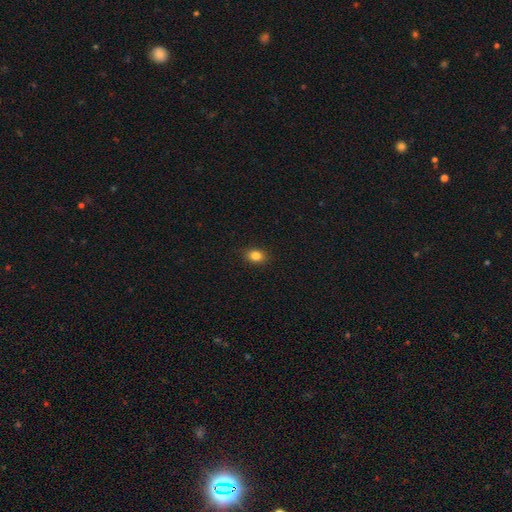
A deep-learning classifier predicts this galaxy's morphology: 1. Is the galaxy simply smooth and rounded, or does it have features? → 84% smooth, 10% star or artifact, 6% featured or disk.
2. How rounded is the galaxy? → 66% in between, 33% round, 1% cigar-shaped.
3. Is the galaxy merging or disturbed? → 89% none, 8% minor disturbance, 2% major disturbance, 1% merger.